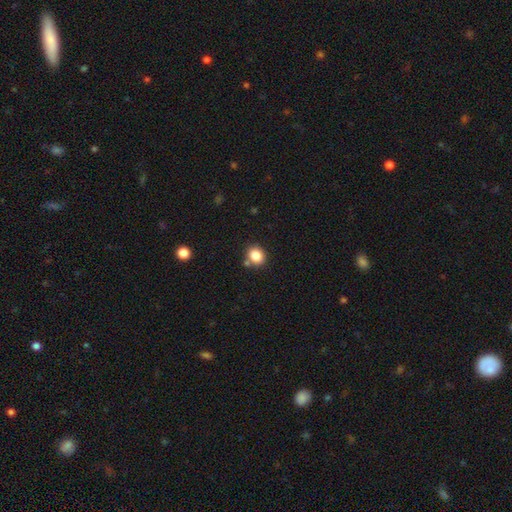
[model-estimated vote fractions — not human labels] Smooth or featured?
  - smooth: 85% *
  - star or artifact: 10%
  - featured or disk: 5%
How rounded?
  - round: 74% *
  - in between: 25%
  - cigar-shaped: 1%
Merging?
  - none: 77% *
  - minor disturbance: 10%
  - merger: 10%
  - major disturbance: 3%